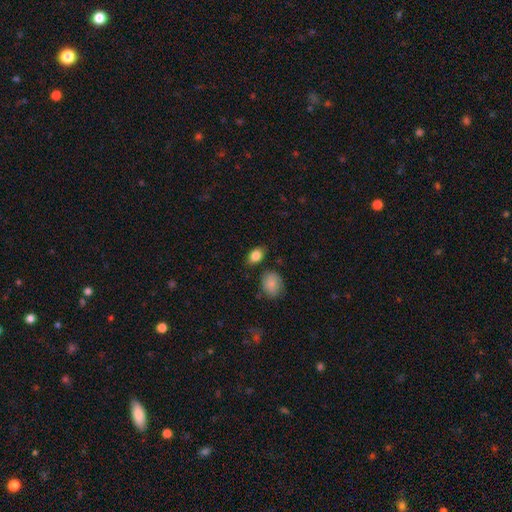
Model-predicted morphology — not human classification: A smooth galaxy with no disk features (84%) that is in between round and cigar-shaped (80%).

Vote fractions:
- Smooth or featured? smooth: 84% / star or artifact: 8% / featured or disk: 8%
- How rounded? in between: 80% / round: 18% / cigar-shaped: 2%
- Merging? none: 77% / minor disturbance: 15% / merger: 4% / major disturbance: 3%